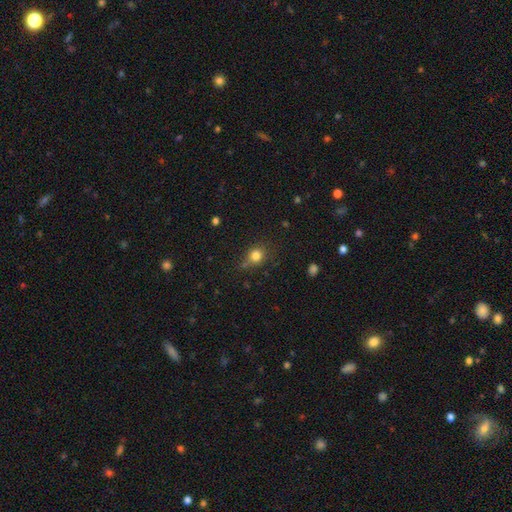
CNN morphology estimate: smooth_or_featured: smooth (p=0.81) [alt: star or artifact p=0.13]
how_rounded: round (p=0.78) [alt: in between p=0.21]
merging: none (p=0.71) [alt: minor disturbance p=0.16]